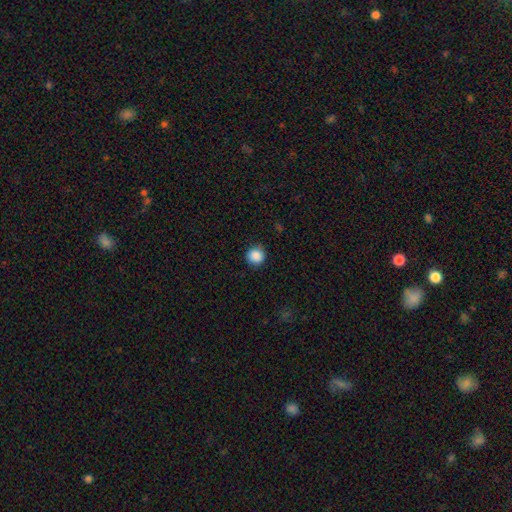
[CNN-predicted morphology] Smooth or featured: smooth — 88% (star or artifact — 9%)
How rounded: round — 93% (in between — 6%)
Merging: none — 86% (minor disturbance — 11%)